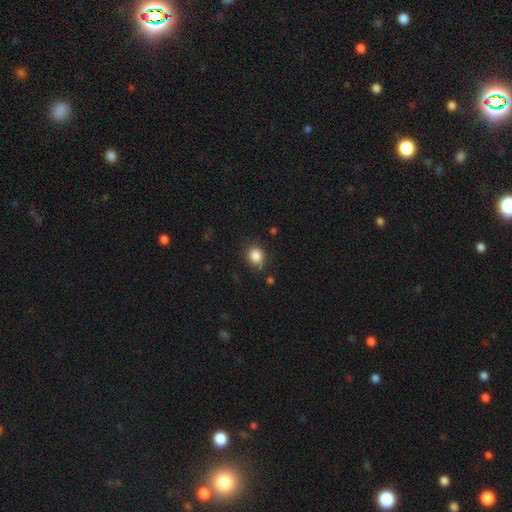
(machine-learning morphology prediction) smooth-or-featured: smooth: 86% | star or artifact: 9% | featured or disk: 4%
  how-rounded: round: 64% | in between: 35% | cigar-shaped: 1%
  merging: none: 82% | minor disturbance: 13% | major disturbance: 3% | merger: 2%